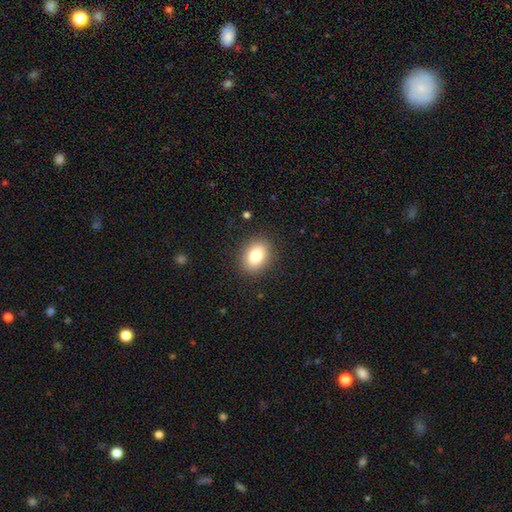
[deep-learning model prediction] A smooth galaxy with no disk features (81%) that is in between round and cigar-shaped (64%).

Vote fractions:
- Smooth or featured? smooth: 81% / featured or disk: 10% / star or artifact: 10%
- How rounded? in between: 64% / round: 35% / cigar-shaped: 1%
- Merging? none: 88% / minor disturbance: 8% / major disturbance: 3% / merger: 1%